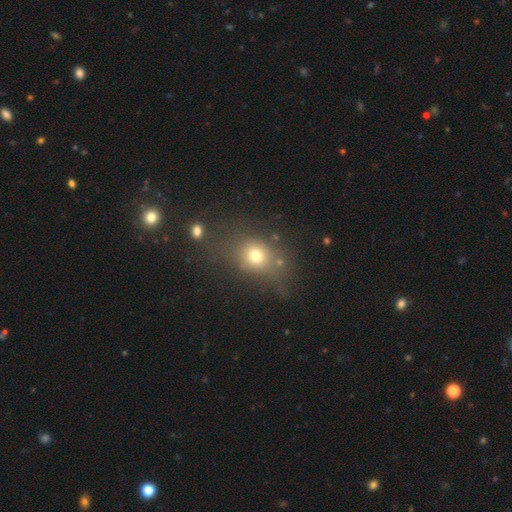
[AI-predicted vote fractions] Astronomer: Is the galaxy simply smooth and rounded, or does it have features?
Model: smooth — 69%.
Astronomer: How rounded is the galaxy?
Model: round — 56% (runner-up: in between, 42%).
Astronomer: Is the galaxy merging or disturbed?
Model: none — 63%.